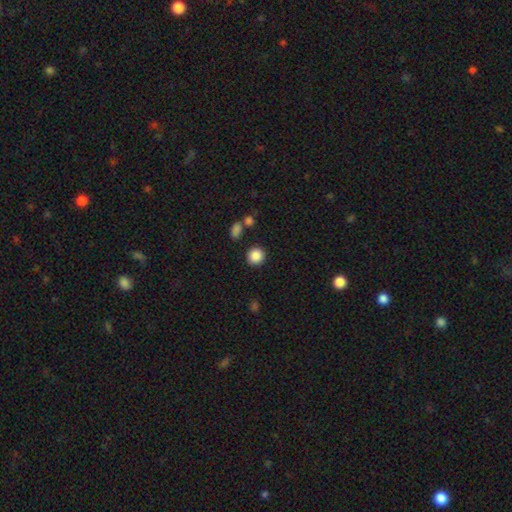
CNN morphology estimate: Smooth or featured: smooth — 87% (star or artifact — 9%)
How rounded: round — 89% (in between — 10%)
Merging: none — 86% (minor disturbance — 7%)